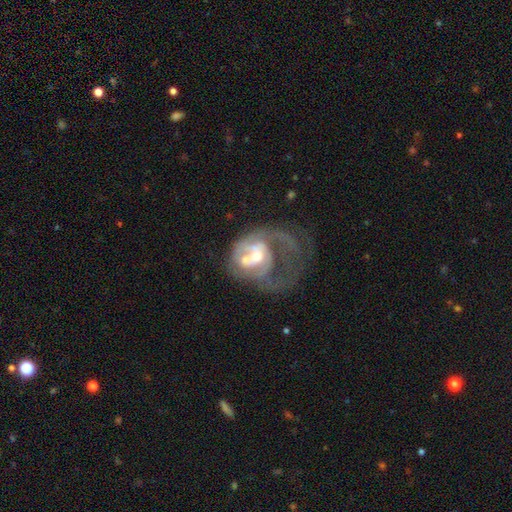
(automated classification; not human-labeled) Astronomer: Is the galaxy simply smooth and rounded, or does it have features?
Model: featured or disk — 76%.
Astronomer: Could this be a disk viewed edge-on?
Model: no — 97%.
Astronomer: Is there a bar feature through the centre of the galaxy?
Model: no — 62%.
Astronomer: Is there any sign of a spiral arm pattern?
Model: yes — 69%.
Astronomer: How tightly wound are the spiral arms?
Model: medium — 38% (runner-up: loose, 33%).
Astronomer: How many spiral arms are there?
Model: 1 — 36% (runner-up: 2, 29%).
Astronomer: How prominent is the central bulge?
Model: moderate — 56% (runner-up: small, 31%).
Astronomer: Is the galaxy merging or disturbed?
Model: major disturbance — 37%, tied with merger at 37%.